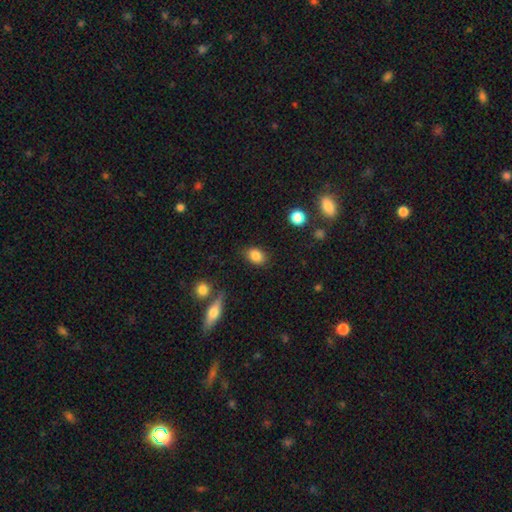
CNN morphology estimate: Overall: smooth (85%). How rounded: in between (74%). Merging: none (81%).